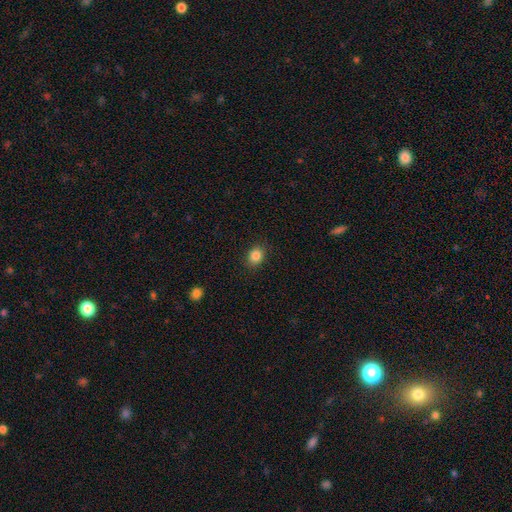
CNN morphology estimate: smooth 85%, star or artifact 10%, featured or disk 5%. Down the decision tree: how rounded — round (55%); merging — none (88%).